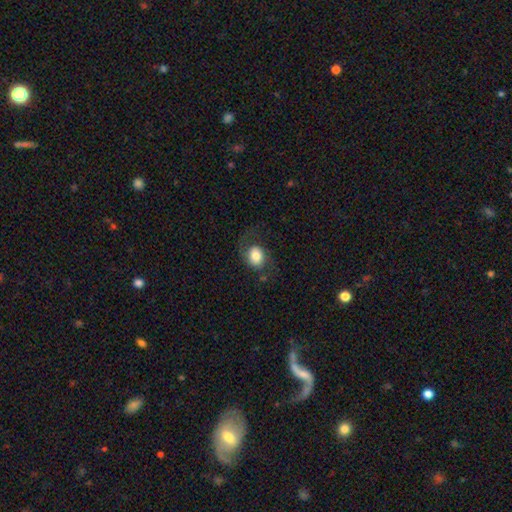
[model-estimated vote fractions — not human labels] This appears to be a smooth galaxy with no disk features (62%) that is round (51%). Merging: none (57%).